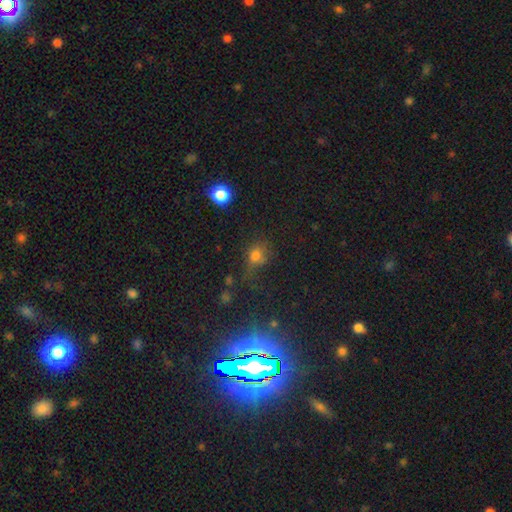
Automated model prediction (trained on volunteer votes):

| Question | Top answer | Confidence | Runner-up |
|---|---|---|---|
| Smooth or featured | smooth | 67% | star or artifact (24%) |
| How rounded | round | 65% | in between (32%) |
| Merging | none | 54% | minor disturbance (22%) |